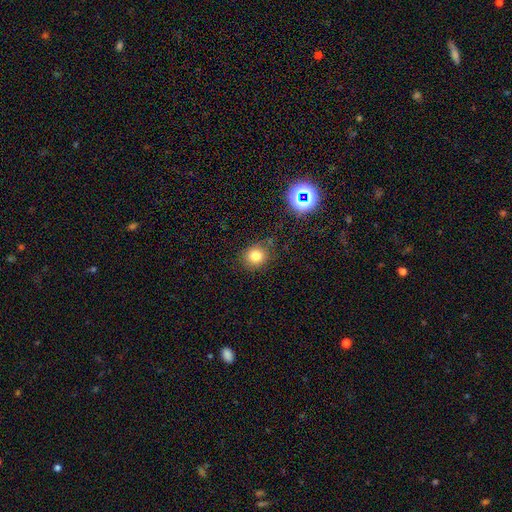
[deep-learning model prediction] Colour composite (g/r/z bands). It shows a smooth galaxy with no disk features (79%) that is round (81%). Merging: none (82%).